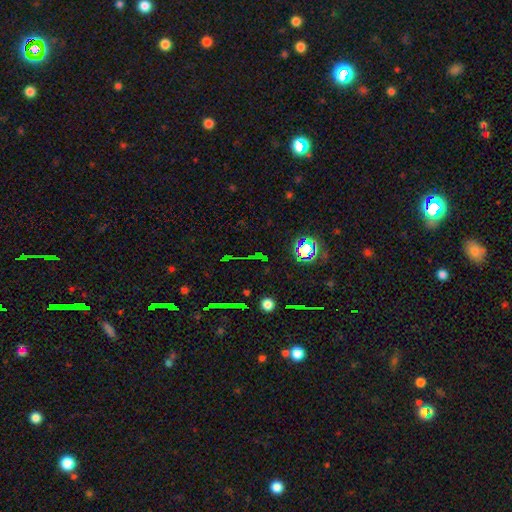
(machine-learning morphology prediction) smooth_or_featured: star or artifact (p=0.68) [alt: smooth p=0.20]